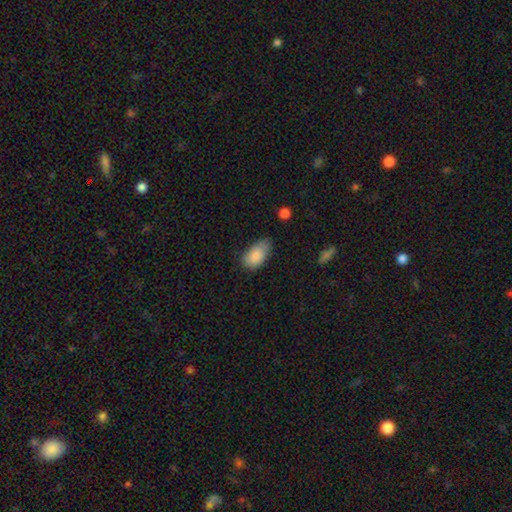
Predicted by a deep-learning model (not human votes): This appears to be a smooth galaxy with no disk features (86%) that is in between round and cigar-shaped (93%). Merging: none (60%).